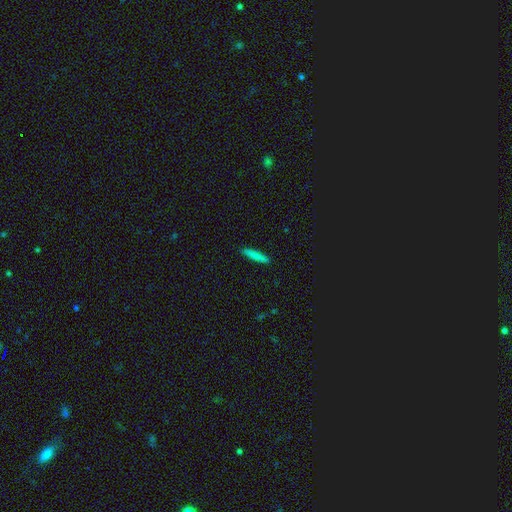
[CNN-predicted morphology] A smooth galaxy with no disk features (81%) that is cigar-shaped (92%). Merging: none (91%).